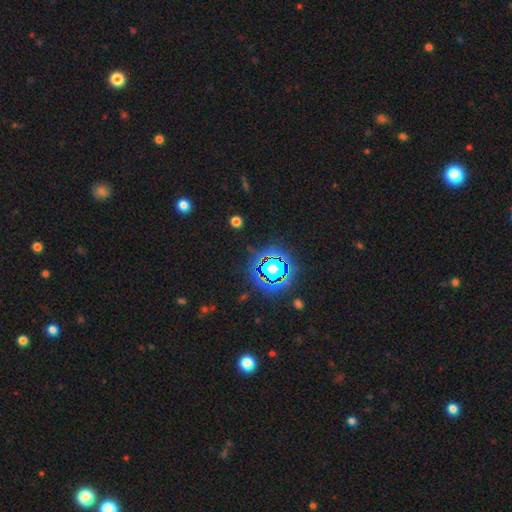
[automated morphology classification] Q: Smooth or featured?
A: star or artifact (82%); runner-up: smooth (11%)